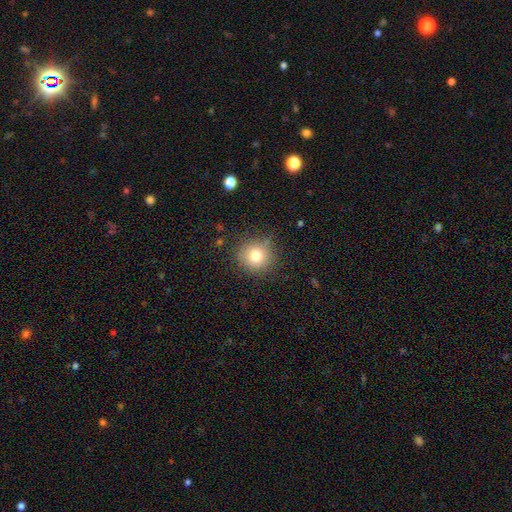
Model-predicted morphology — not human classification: smooth-or-featured: smooth: 77% | star or artifact: 13% | featured or disk: 11%
  how-rounded: round: 93% | in between: 6% | cigar-shaped: 1%
  merging: none: 84% | minor disturbance: 11% | major disturbance: 4% | merger: 2%